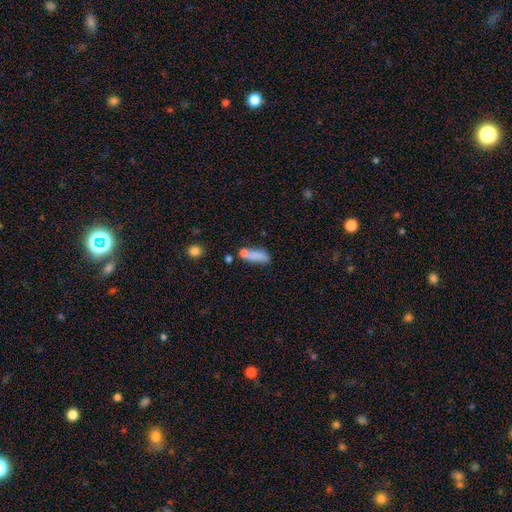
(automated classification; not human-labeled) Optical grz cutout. It shows a smooth galaxy with no disk features (76%) that is in between round and cigar-shaped (60%). Merging: none (44%).